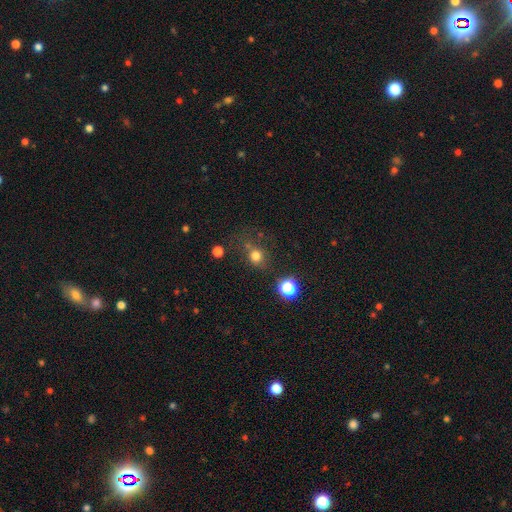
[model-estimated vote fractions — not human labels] A smooth galaxy with no disk features (76%) that is round (79%).

Vote fractions:
- Smooth or featured? smooth: 76% / star or artifact: 17% / featured or disk: 7%
- How rounded? round: 79% / in between: 20% / cigar-shaped: 1%
- Merging? none: 63% / minor disturbance: 17% / major disturbance: 10% / merger: 10%